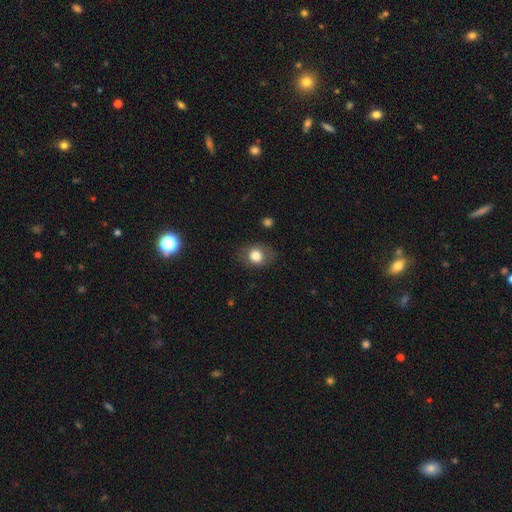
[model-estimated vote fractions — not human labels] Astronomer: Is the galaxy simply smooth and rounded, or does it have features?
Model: smooth — 78%.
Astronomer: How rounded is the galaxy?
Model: round — 52% (runner-up: in between, 47%).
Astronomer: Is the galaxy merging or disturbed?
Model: none — 78%.